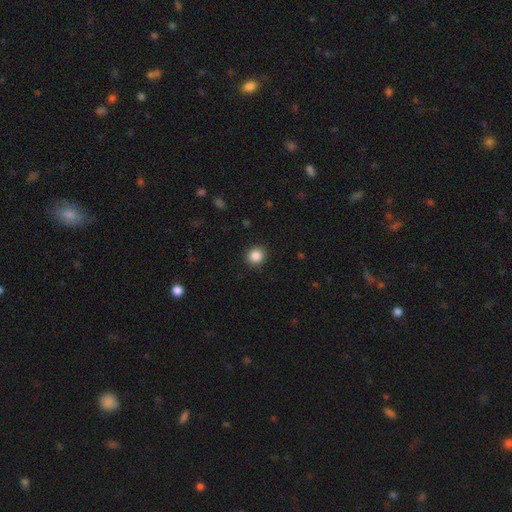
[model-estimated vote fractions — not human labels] Smooth or featured? Predicted: smooth (p=0.87). How rounded? Predicted: round (p=0.89). Merging? Predicted: none (p=0.91).